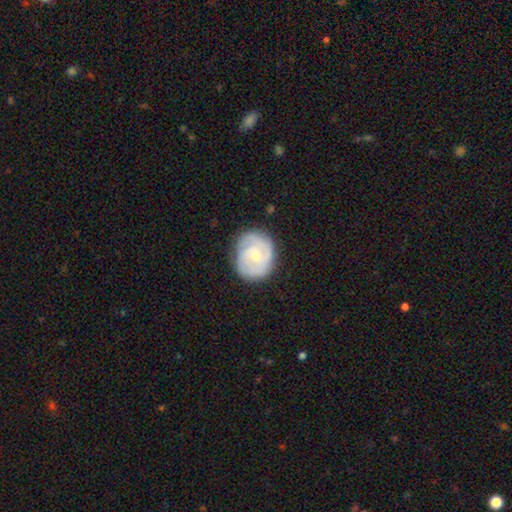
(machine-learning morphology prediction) smooth-or-featured: featured or disk: 71% | smooth: 24% | star or artifact: 5%
  disk-edge-on: no: 98% | yes: 2%
    bar: no: 72% | weak: 24% | strong: 4%
    has-spiral-arms: yes: 85% | no: 15%
      spiral-winding: tight: 64% | medium: 28% | loose: 8%
      spiral-arm-count: 2: 34% | can't tell: 33% | 3: 18% | 1: 7% | 4: 4% | more than 4: 3%
    bulge-size: small: 50% | moderate: 46% | large: 2% | none: 1% | dominant: 1%
  merging: none: 74% | minor disturbance: 19% | major disturbance: 6% | merger: 1%